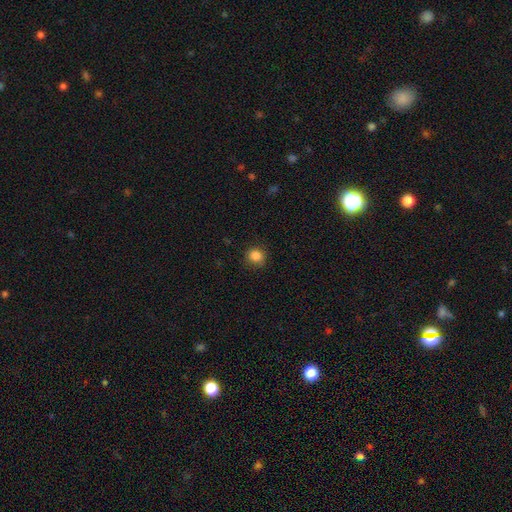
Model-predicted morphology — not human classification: This is clearly a smooth galaxy (86%). How rounded: clearly round (86%). Merging: clearly none (87%).